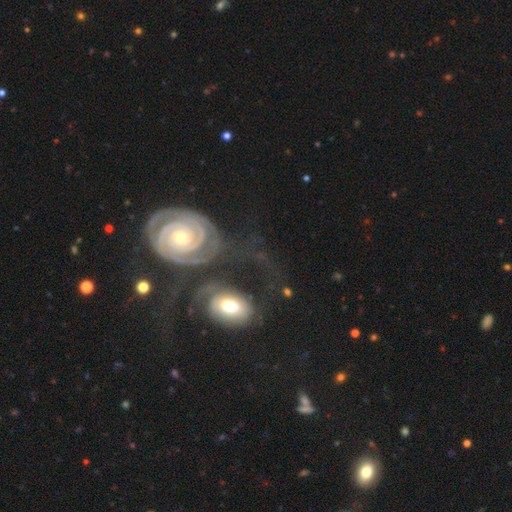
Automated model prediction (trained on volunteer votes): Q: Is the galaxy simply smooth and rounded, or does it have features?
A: featured or disk — 72%.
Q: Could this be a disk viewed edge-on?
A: no — 93%.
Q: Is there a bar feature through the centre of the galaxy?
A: no — 73%.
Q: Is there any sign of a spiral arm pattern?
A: yes — 82%.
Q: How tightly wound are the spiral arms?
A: tight — 70%.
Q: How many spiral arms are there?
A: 2 — 48%.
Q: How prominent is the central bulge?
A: moderate — 48%.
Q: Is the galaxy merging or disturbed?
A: none — 45%.